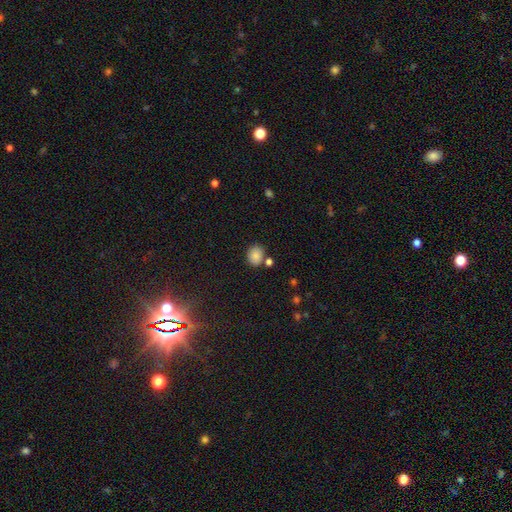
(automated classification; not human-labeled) Q: Smooth or featured?
A: smooth (85%); runner-up: star or artifact (10%)
Q: How rounded?
A: round (57%); runner-up: in between (42%)
Q: Merging?
A: none (75%); runner-up: minor disturbance (12%)